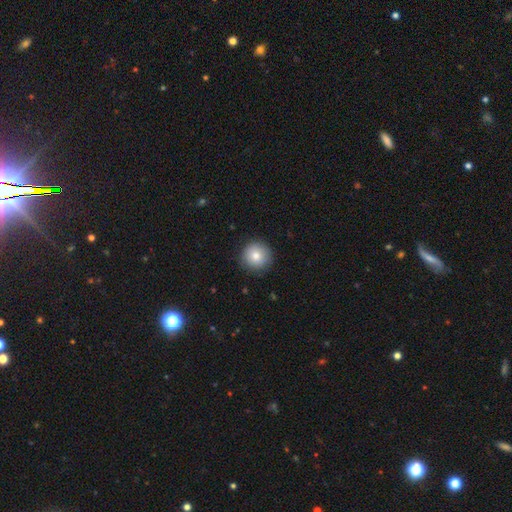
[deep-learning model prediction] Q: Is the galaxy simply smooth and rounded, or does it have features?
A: smooth — 81%.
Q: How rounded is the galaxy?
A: round — 95%.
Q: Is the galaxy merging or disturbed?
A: none — 89%.